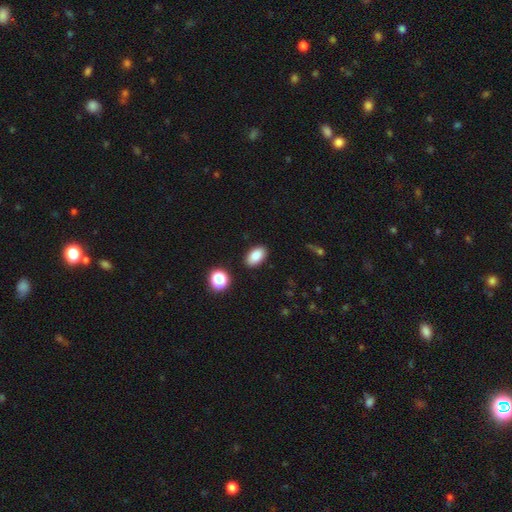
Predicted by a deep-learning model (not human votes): Smooth or featured?
  - smooth: 86% *
  - star or artifact: 9%
  - featured or disk: 4%
How rounded?
  - in between: 92% *
  - round: 6%
  - cigar-shaped: 2%
Merging?
  - none: 88% *
  - minor disturbance: 8%
  - major disturbance: 2%
  - merger: 2%